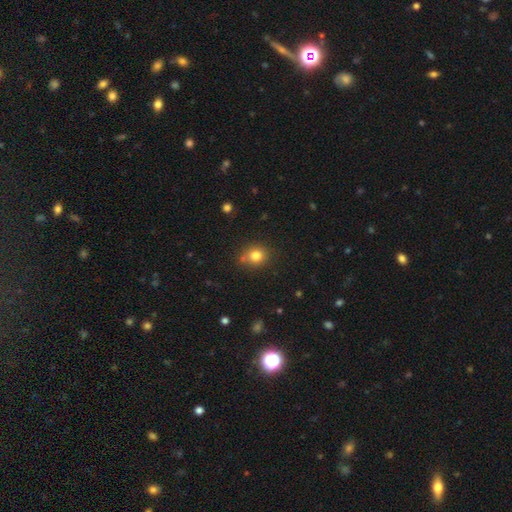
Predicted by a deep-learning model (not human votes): The model was most divided on "how rounded": round: 79%, in between: 20%, cigar-shaped: 1%. More confident: smooth or featured — smooth (80%); merging — none (75%).